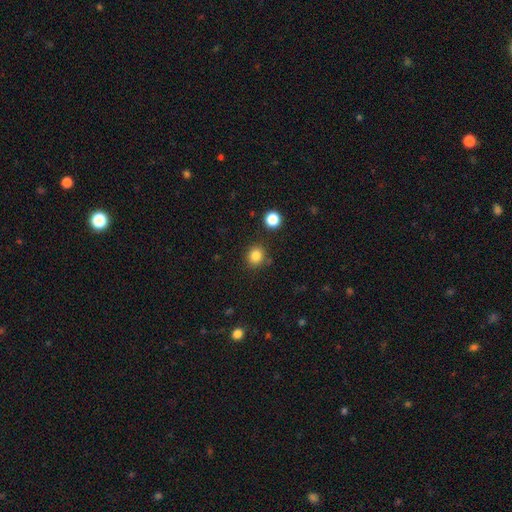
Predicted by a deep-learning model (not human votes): Smooth or featured: smooth — 83% (star or artifact — 12%)
How rounded: round — 84% (in between — 15%)
Merging: none — 85% (minor disturbance — 8%)